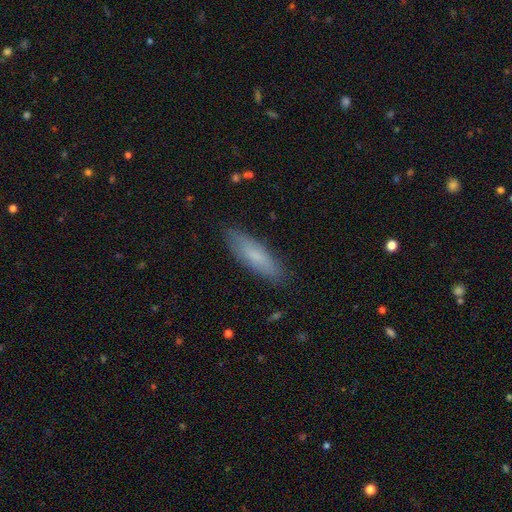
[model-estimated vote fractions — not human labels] smooth 72%, featured or disk 21%, star or artifact 7%. Down the decision tree: how rounded — cigar-shaped (62%); merging — none (85%).